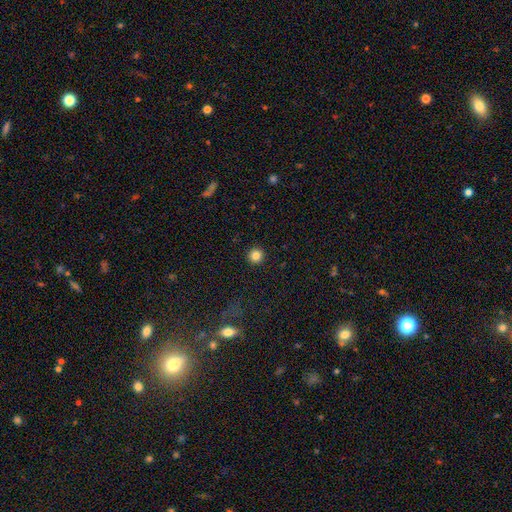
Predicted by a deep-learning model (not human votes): This is clearly a smooth galaxy (84%). How rounded: clearly round (96%). Merging: clearly none (93%).